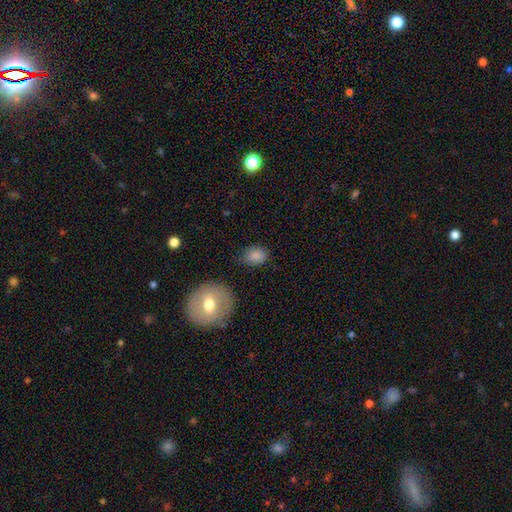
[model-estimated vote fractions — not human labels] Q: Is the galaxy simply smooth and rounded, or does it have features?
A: smooth — 84%.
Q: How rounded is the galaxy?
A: in between — 69%.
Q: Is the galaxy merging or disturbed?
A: none — 76%.